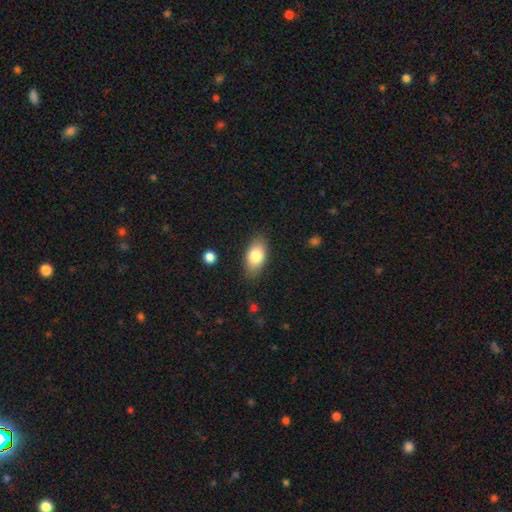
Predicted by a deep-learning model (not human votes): smooth 81%, featured or disk 12%, star or artifact 7%. Down the decision tree: how rounded — in between (92%); merging — none (85%).